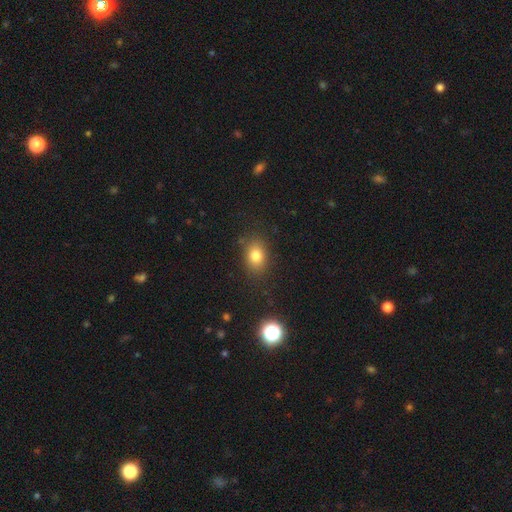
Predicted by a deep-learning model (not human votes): This is likely a smooth galaxy (79%). How rounded: likely in between (64%). Merging: clearly none (82%).